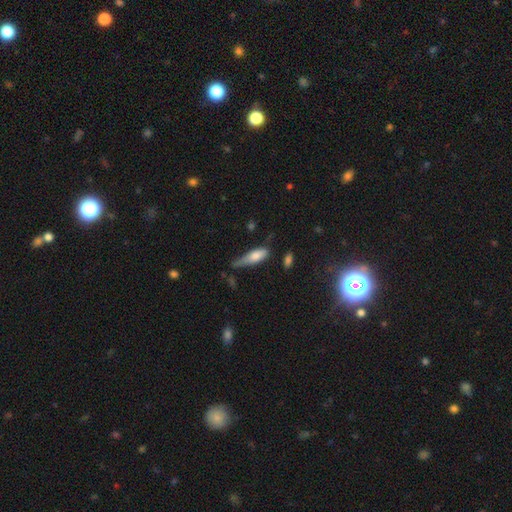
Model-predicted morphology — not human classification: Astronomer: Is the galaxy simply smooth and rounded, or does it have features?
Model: smooth — 73%.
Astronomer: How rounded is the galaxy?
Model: in between — 52% (runner-up: cigar-shaped, 46%).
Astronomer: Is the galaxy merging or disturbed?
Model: minor disturbance — 42% (runner-up: none, 33%).